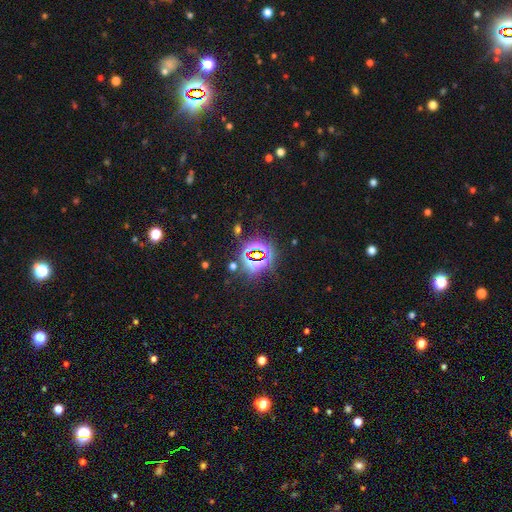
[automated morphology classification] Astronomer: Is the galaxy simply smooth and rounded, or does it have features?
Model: star or artifact — 78%.